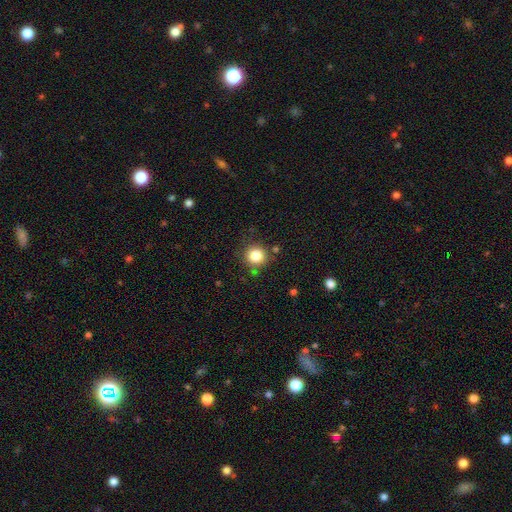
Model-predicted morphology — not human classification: Smooth or featured: smooth — 84% (star or artifact — 11%)
How rounded: round — 92% (in between — 7%)
Merging: none — 79% (minor disturbance — 13%)